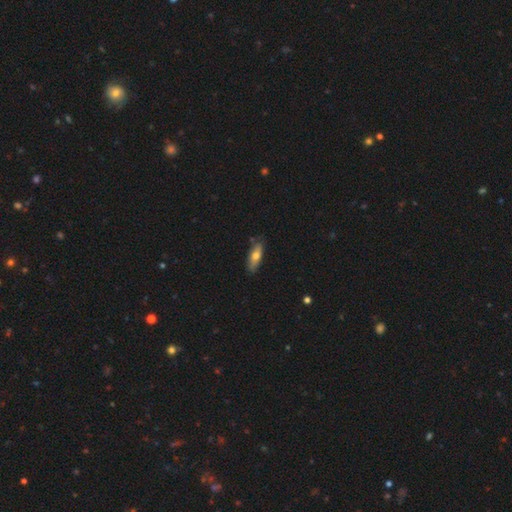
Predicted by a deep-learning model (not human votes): Smooth or featured?
  - smooth: 67% *
  - featured or disk: 27%
  - star or artifact: 6%
How rounded?
  - in between: 53% *
  - cigar-shaped: 45%
  - round: 3%
Merging?
  - none: 79% *
  - minor disturbance: 16%
  - major disturbance: 2%
  - merger: 2%